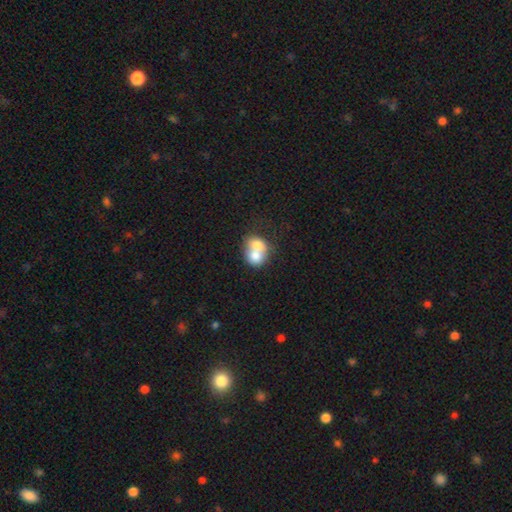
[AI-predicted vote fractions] This is likely a smooth galaxy (69%). How rounded: possibly round (60%). Merging: likely merger (76%).